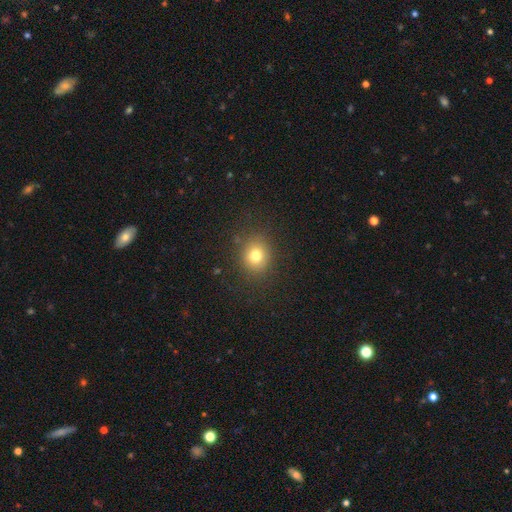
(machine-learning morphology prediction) A smooth galaxy with no disk features (77%) that is round (76%).

Vote fractions:
- Smooth or featured? smooth: 77% / star or artifact: 14% / featured or disk: 9%
- How rounded? round: 76% / in between: 23% / cigar-shaped: 1%
- Merging? none: 84% / minor disturbance: 10% / major disturbance: 4% / merger: 1%